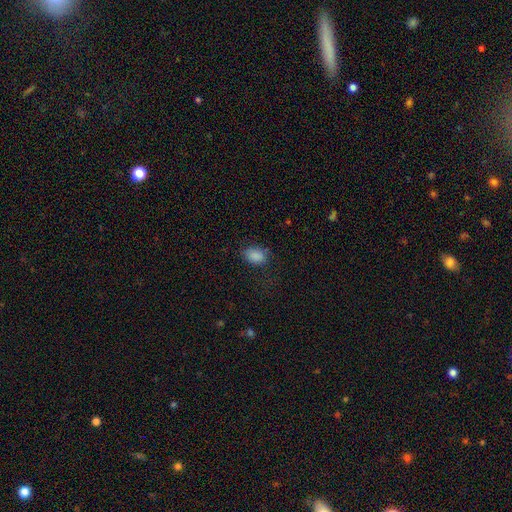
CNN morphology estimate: Q: Smooth or featured?
A: smooth (86%); runner-up: star or artifact (9%)
Q: How rounded?
A: in between (83%); runner-up: round (16%)
Q: Merging?
A: none (69%); runner-up: minor disturbance (21%)